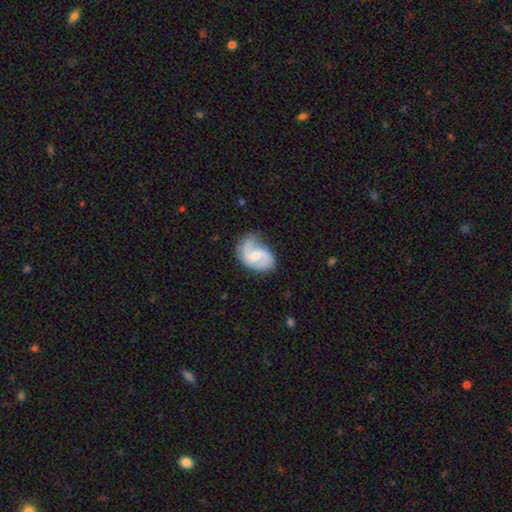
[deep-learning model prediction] Q: Smooth or featured?
A: featured or disk (79%); runner-up: smooth (16%)
Q: Edge-on disk?
A: no (98%); runner-up: yes (2%)
Q: Bar?
A: weak (50%); runner-up: no (41%)
Q: Spiral arms?
A: yes (95%); runner-up: no (5%)
Q: Spiral winding?
A: medium (51%); runner-up: loose (31%)
Q: Spiral arm count?
A: 2 (86%); runner-up: can't tell (5%)
Q: Bulge size?
A: moderate (48%); runner-up: small (45%)
Q: Merging?
A: none (67%); runner-up: minor disturbance (23%)